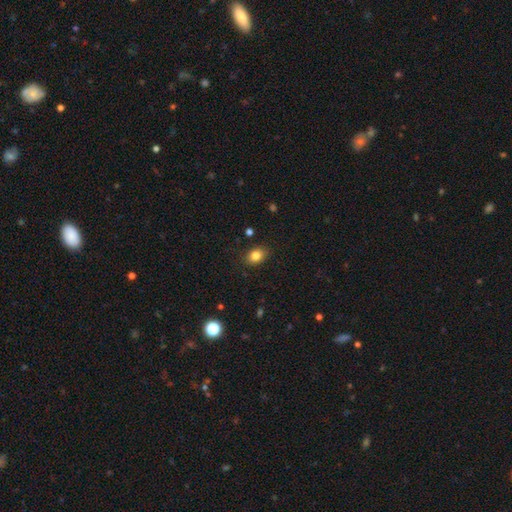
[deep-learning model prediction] Q: Smooth or featured?
A: smooth (83%); runner-up: star or artifact (10%)
Q: How rounded?
A: in between (69%); runner-up: round (30%)
Q: Merging?
A: none (86%); runner-up: minor disturbance (10%)